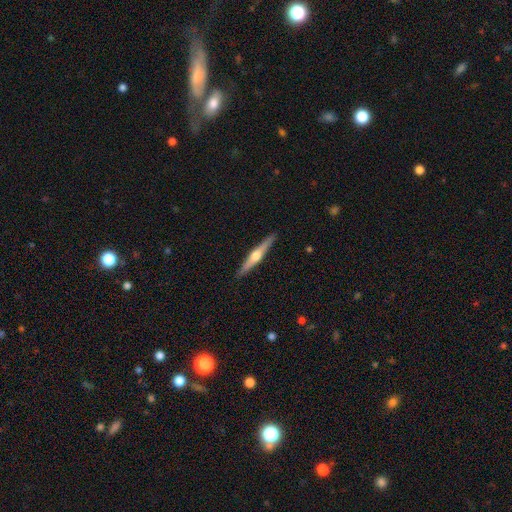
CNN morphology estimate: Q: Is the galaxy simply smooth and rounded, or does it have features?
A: featured or disk — 66%.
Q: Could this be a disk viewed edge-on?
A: yes — 98%.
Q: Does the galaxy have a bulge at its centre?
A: rounded — 92%.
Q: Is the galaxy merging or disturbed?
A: none — 91%.